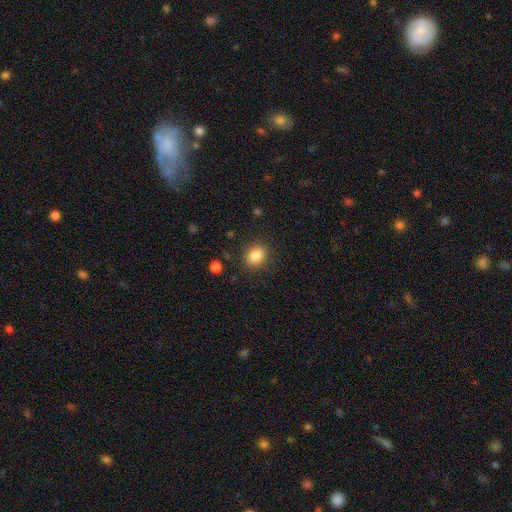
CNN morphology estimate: A smooth galaxy with no disk features (84%) that is round (64%). Merging: none (86%).